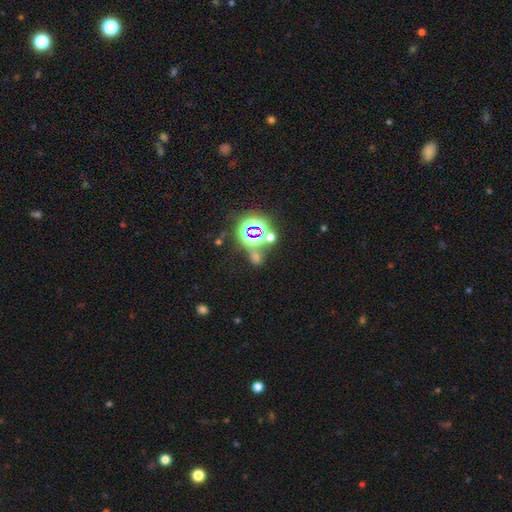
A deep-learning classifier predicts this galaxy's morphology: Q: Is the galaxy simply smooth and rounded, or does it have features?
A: star or artifact — 70%.